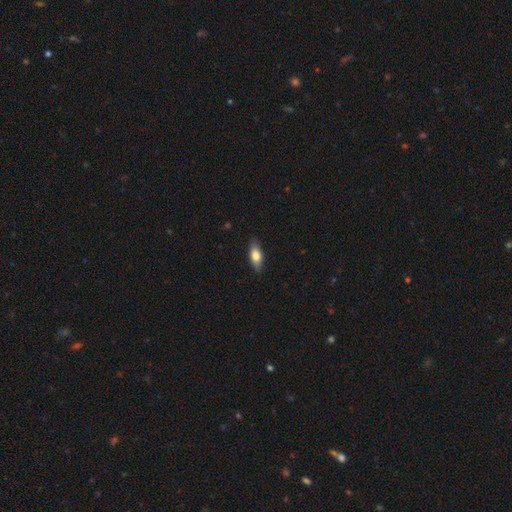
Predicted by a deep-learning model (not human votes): Overall: smooth (74%). How rounded: in between (76%). Merging: none (87%).